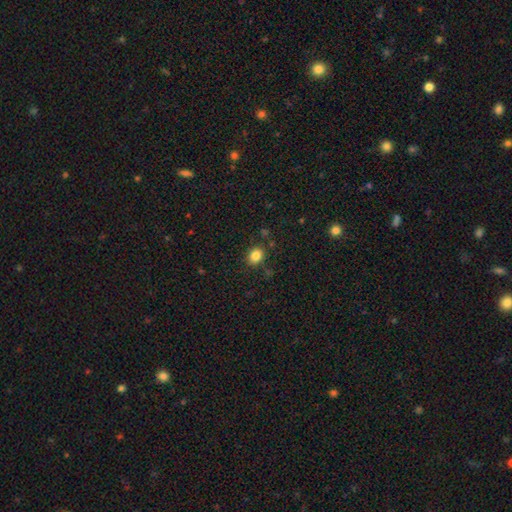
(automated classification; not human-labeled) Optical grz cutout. It shows a smooth galaxy with no disk features (84%) that is round (59%). Merging: none (84%).